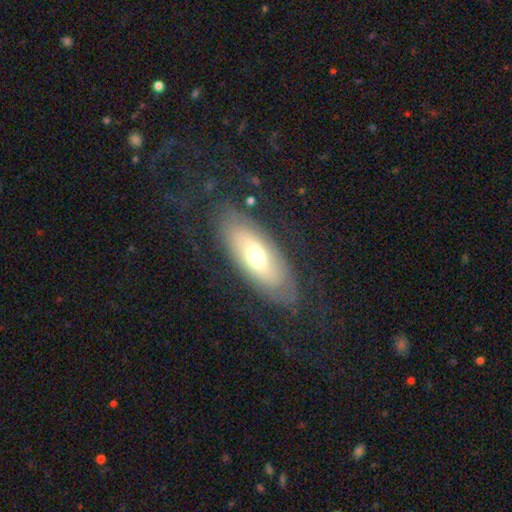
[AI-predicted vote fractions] Smooth or featured? smooth (47%)
Merging? none (72%)